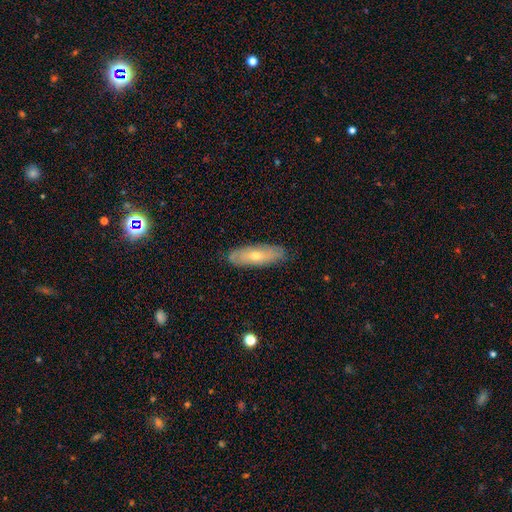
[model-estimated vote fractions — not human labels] Overall: smooth (49%; featured or disk 44%). Merging: none (83%).